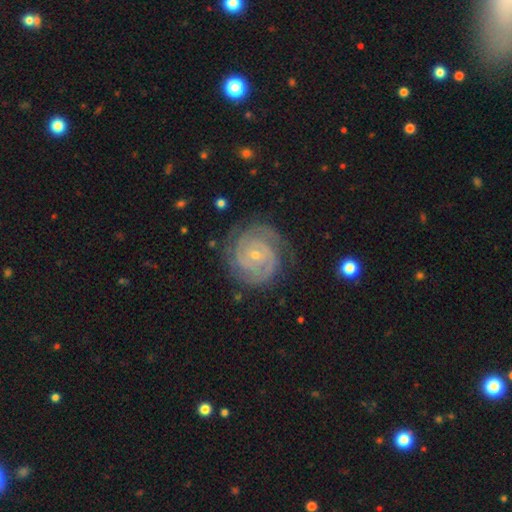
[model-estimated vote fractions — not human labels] Smooth or featured?
  - featured or disk: 90% *
  - smooth: 5%
  - star or artifact: 5%
Edge-on disk?
  - no: 98% *
  - yes: 2%
Bar?
  - no: 69% *
  - weak: 23%
  - strong: 8%
Spiral arms?
  - yes: 98% *
  - no: 2%
Spiral winding?
  - tight: 79% *
  - medium: 18%
  - loose: 2%
Spiral arm count?
  - 2: 42% *
  - 3: 25%
  - can't tell: 14%
  - 4: 8%
  - more than 4: 5%
  - 1: 5%
Bulge size?
  - small: 77% *
  - moderate: 20%
  - none: 1%
  - large: 1%
  - dominant: 1%
Merging?
  - none: 79% *
  - minor disturbance: 15%
  - major disturbance: 5%
  - merger: 1%